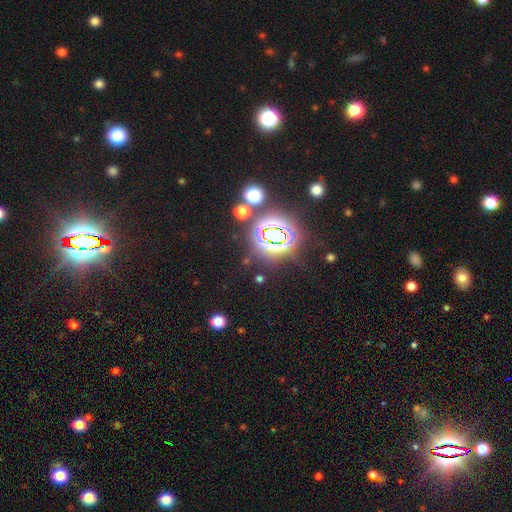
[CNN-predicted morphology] Smooth or featured? Predicted: star or artifact (p=0.83).